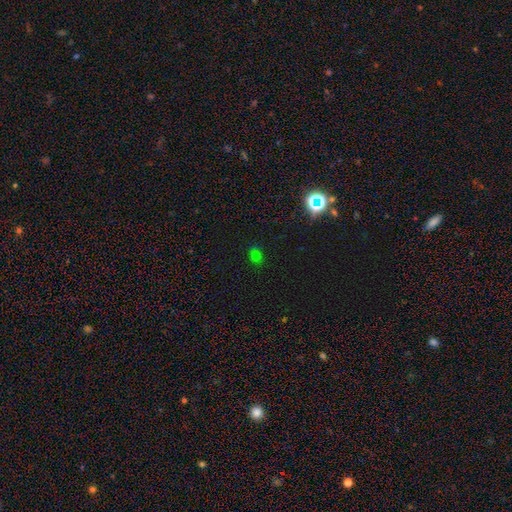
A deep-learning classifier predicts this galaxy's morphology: Q: Smooth or featured?
A: smooth (61%); runner-up: star or artifact (33%)
Q: How rounded?
A: in between (52%); runner-up: round (47%)
Q: Merging?
A: none (81%); runner-up: minor disturbance (13%)